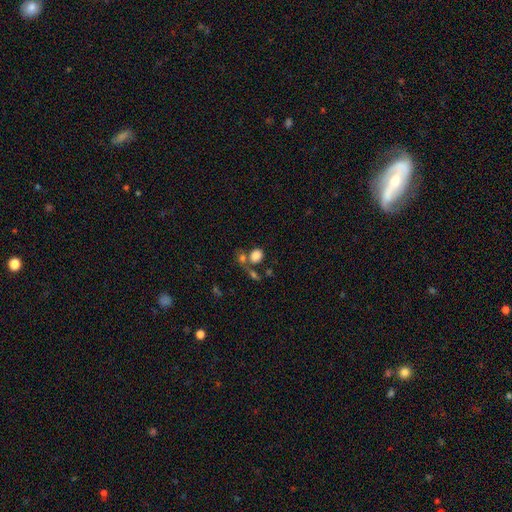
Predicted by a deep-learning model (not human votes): smooth_or_featured: smooth (p=0.81) [alt: star or artifact p=0.11]
how_rounded: round (p=0.52) [alt: in between p=0.47]
merging: none (p=0.47) [alt: merger p=0.34]